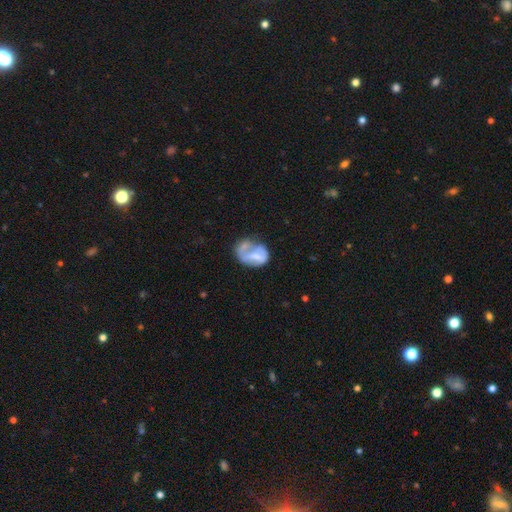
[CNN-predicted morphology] A featured or disk galaxy (47%). Merging: major disturbance (31%).